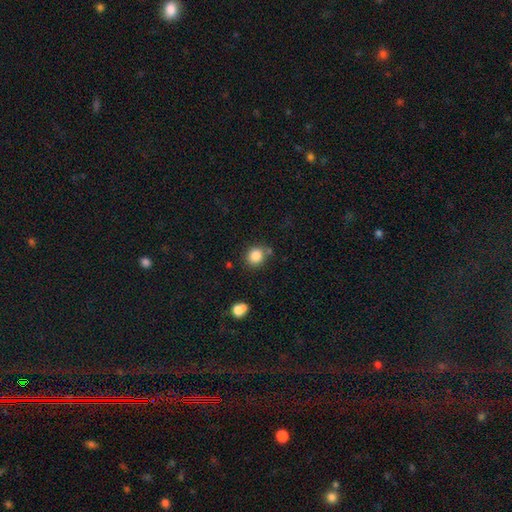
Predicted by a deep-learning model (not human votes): The model was most divided on "merging": none: 75%, minor disturbance: 12%, merger: 9%, major disturbance: 4%. More confident: smooth or featured — smooth (85%); how rounded — round (83%).